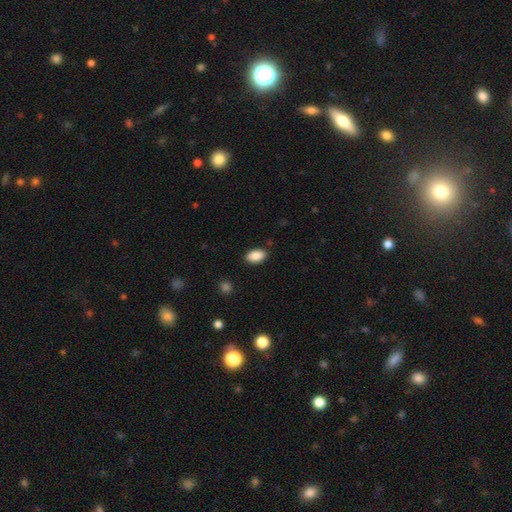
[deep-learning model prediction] Morphology: type=smooth (89%); roundness=in between (91%); merging=none (87%).